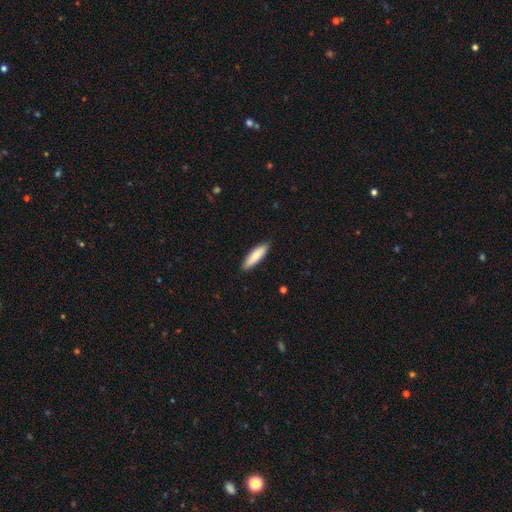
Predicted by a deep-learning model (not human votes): Smooth or featured?
  - smooth: 82% *
  - featured or disk: 13%
  - star or artifact: 5%
How rounded?
  - cigar-shaped: 64% *
  - in between: 35%
  - round: 1%
Merging?
  - none: 88% *
  - minor disturbance: 10%
  - major disturbance: 2%
  - merger: 1%